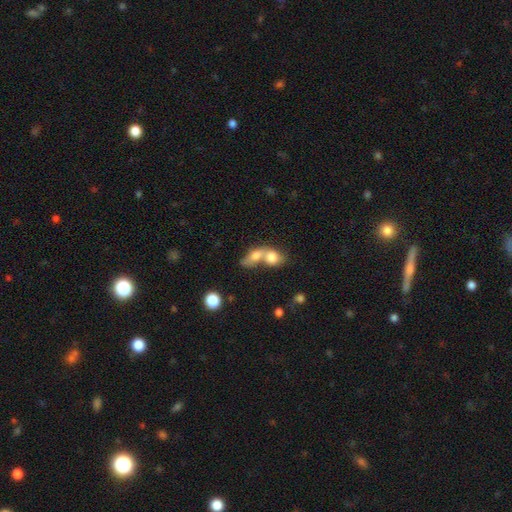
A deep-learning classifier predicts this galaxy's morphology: smooth-or-featured: smooth: 72% | featured or disk: 19% | star or artifact: 9%
  how-rounded: in between: 68% | round: 24% | cigar-shaped: 7%
  merging: merger: 77% | none: 14% | minor disturbance: 5% | major disturbance: 4%